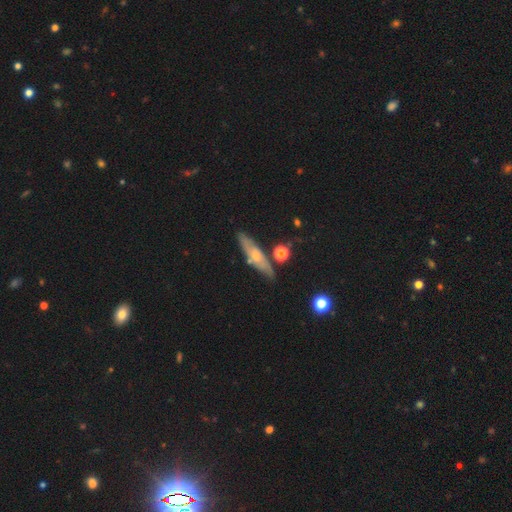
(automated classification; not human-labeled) Smooth or featured?
  - featured or disk: 50% *
  - smooth: 42%
  - star or artifact: 8%
Edge-on disk?
  - yes: 63% *
  - no: 37%
Merging?
  - none: 77% *
  - minor disturbance: 14%
  - merger: 5%
  - major disturbance: 3%